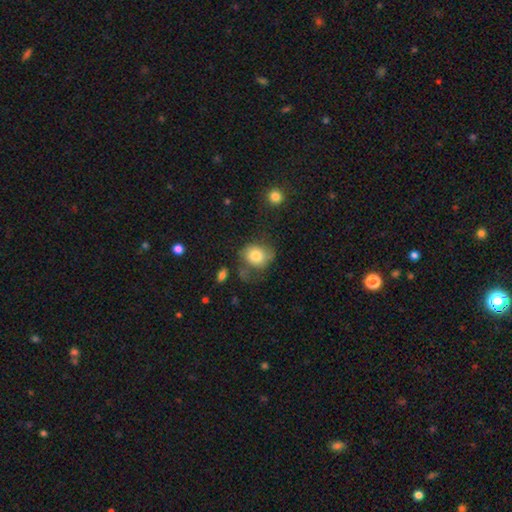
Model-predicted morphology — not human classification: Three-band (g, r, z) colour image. It shows a smooth galaxy with no disk features (76%) that is round (61%). Merging: none (47%).